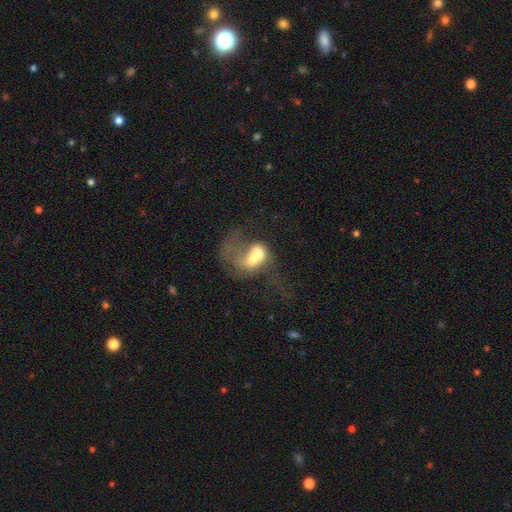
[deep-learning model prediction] A featured or disk galaxy (49%).

Vote fractions:
- Smooth or featured? featured or disk: 49% / smooth: 42% / star or artifact: 9%
- Merging? merger: 72% / major disturbance: 15% / none: 8% / minor disturbance: 5%